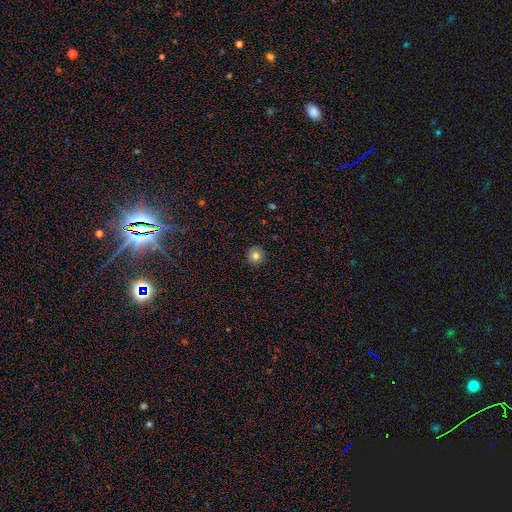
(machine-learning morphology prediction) A smooth galaxy with no disk features (79%) that is round (96%).

Vote fractions:
- Smooth or featured? smooth: 79% / star or artifact: 11% / featured or disk: 11%
- How rounded? round: 96% / in between: 3% / cigar-shaped: 1%
- Merging? none: 91% / minor disturbance: 6% / major disturbance: 2% / merger: 1%